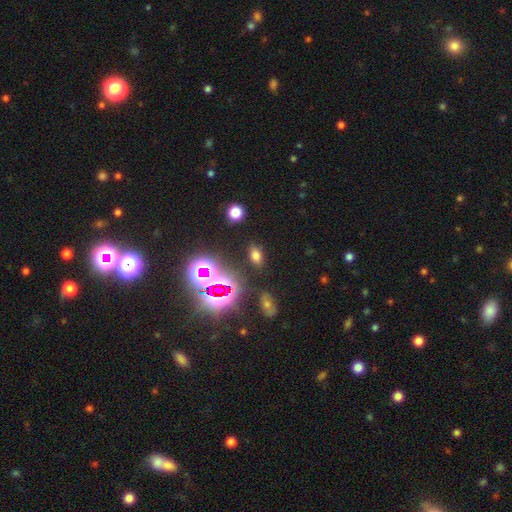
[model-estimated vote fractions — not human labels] A smooth galaxy with no disk features (63%) that is in between round and cigar-shaped (86%). Merging: none (84%).